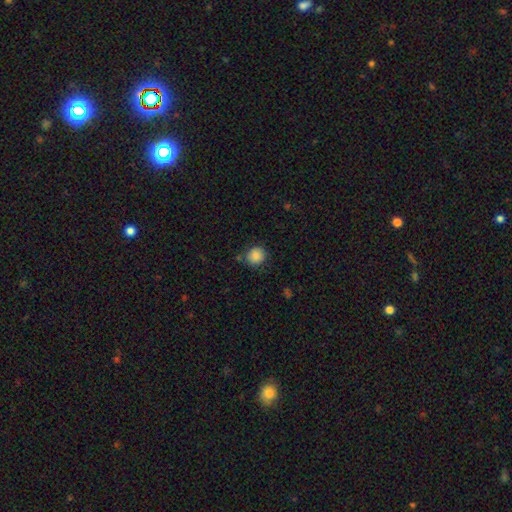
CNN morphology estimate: smooth_or_featured: smooth (p=0.87) [alt: star or artifact p=0.09]
how_rounded: round (p=0.86) [alt: in between p=0.13]
merging: none (p=0.78) [alt: minor disturbance p=0.14]